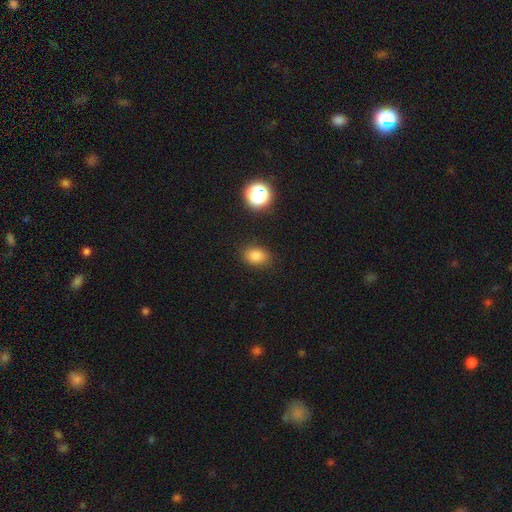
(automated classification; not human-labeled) smooth_or_featured: smooth (p=0.81) [alt: star or artifact p=0.13]
how_rounded: in between (p=0.73) [alt: round p=0.26]
merging: none (p=0.86) [alt: minor disturbance p=0.10]